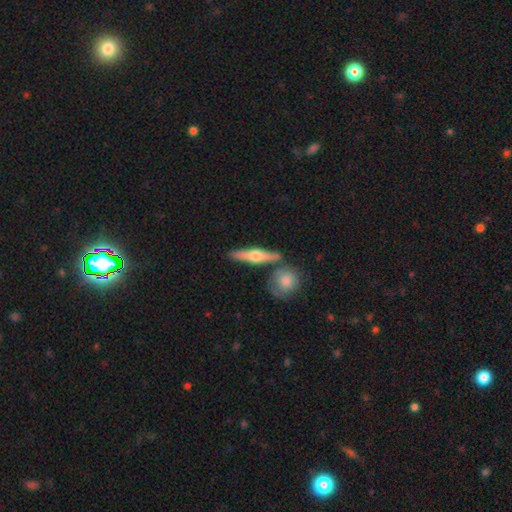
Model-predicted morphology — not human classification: A featured or disk galaxy (55%) viewed edge-on (94%) with a rounded central bulge (92%).

Vote fractions:
- Smooth or featured? featured or disk: 55% / smooth: 39% / star or artifact: 6%
- Edge-on disk? yes: 94% / no: 6%
- Edge-on bulge? rounded: 92% / boxy: 4% / none: 3%
- Merging? none: 77% / merger: 11% / minor disturbance: 10% / major disturbance: 3%